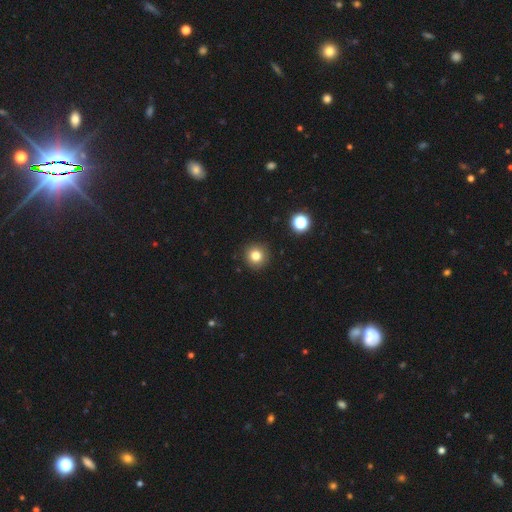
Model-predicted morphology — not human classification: A smooth galaxy with no disk features (81%) that is round (94%). Merging: none (91%).